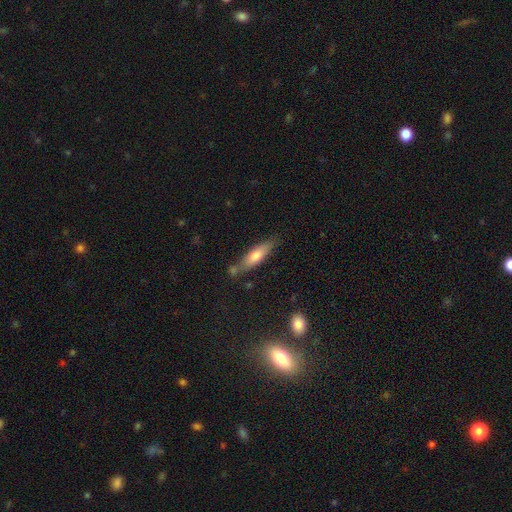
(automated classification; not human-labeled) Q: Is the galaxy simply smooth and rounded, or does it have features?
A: smooth — 64%.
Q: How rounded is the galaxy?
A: cigar-shaped — 65%.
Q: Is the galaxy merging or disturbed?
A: none — 68%.